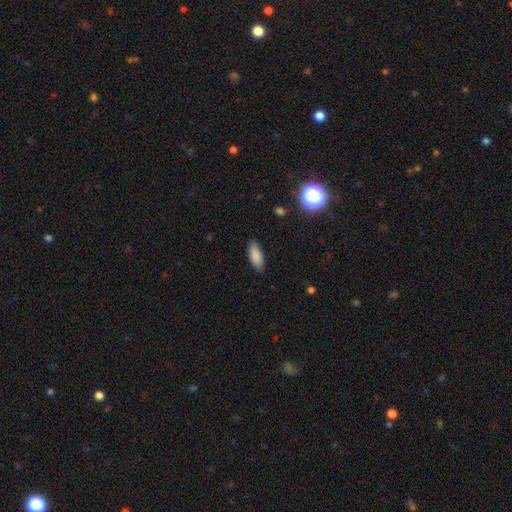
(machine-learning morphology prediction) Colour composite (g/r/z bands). It shows a smooth galaxy with no disk features (87%) that is in between round and cigar-shaped (78%). Merging: none (87%).